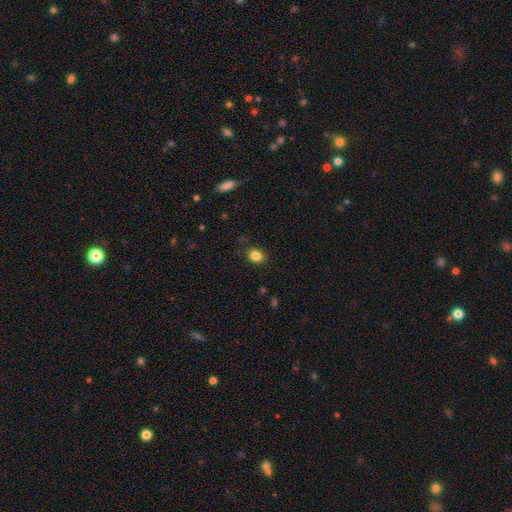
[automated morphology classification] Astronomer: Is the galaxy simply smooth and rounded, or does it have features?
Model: smooth — 84%.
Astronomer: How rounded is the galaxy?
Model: round — 51% (runner-up: in between, 48%).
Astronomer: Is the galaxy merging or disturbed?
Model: none — 86%.